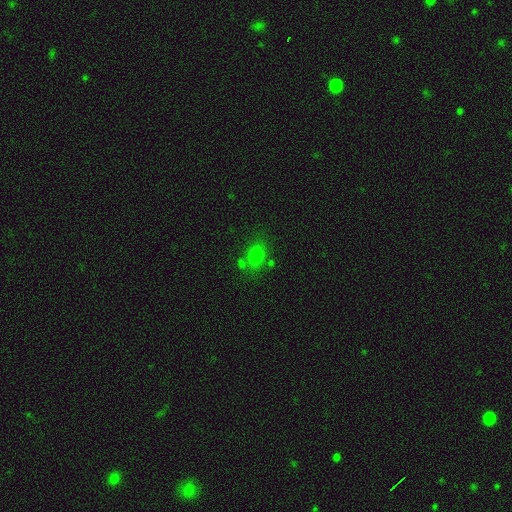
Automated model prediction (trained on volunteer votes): Smooth or featured: smooth — 75% (star or artifact — 17%)
How rounded: in between — 59% (round — 40%)
Merging: none — 68% (minor disturbance — 14%)